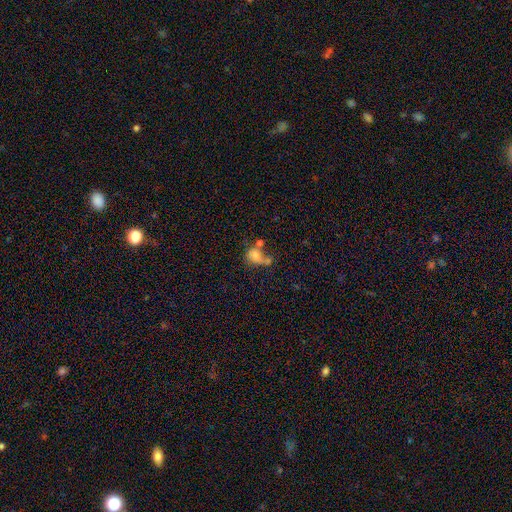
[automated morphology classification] A smooth galaxy with no disk features (64%) that is in between round and cigar-shaped (63%).

Vote fractions:
- Smooth or featured? smooth: 64% / featured or disk: 22% / star or artifact: 13%
- How rounded? in between: 63% / round: 35% / cigar-shaped: 2%
- Merging? merger: 46% / none: 20% / major disturbance: 20% / minor disturbance: 14%